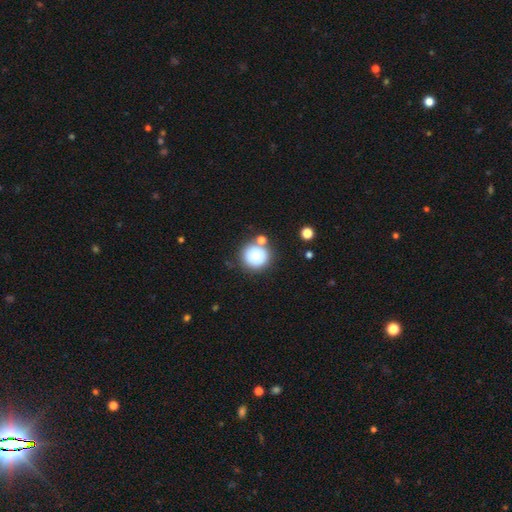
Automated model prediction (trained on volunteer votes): Smooth or featured: smooth — 74% (featured or disk — 17%)
How rounded: round — 94% (in between — 5%)
Merging: none — 73% (merger — 12%)